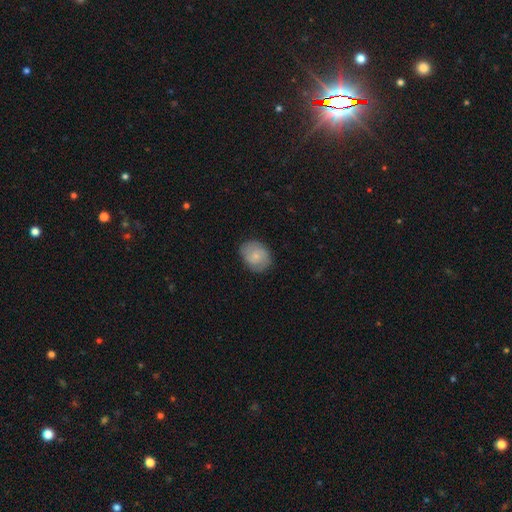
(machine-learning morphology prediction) smooth-or-featured: smooth: 66% | featured or disk: 27% | star or artifact: 7%
  how-rounded: in between: 51% | round: 48% | cigar-shaped: 1%
  merging: none: 77% | minor disturbance: 17% | major disturbance: 4% | merger: 1%